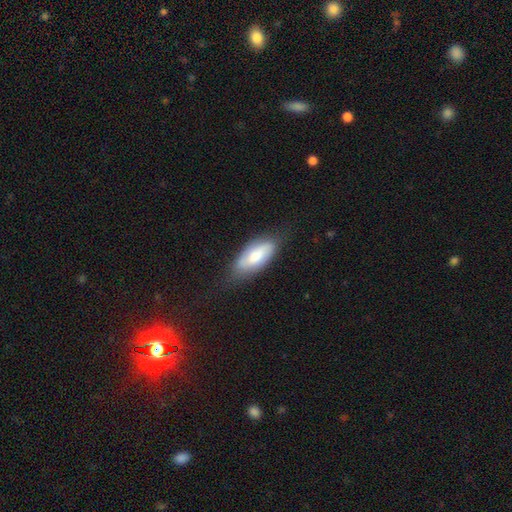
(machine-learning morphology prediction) The model was most divided on "smooth or featured": smooth: 66%, featured or disk: 27%, star or artifact: 7%. More confident: how rounded — in between (82%); merging — none (68%).